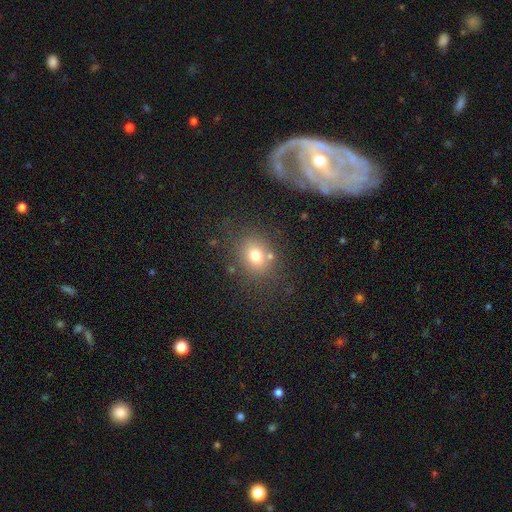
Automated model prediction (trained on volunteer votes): Morphology: type=smooth (74%); roundness=round (58%); merging=none (73%).